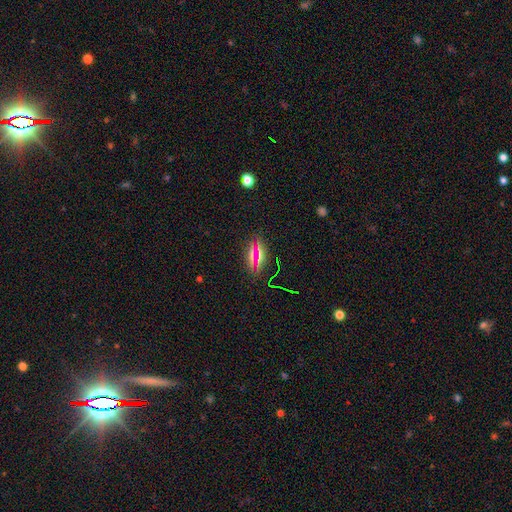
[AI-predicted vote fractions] Morphology: type=smooth (58%); roundness=in between (76%); merging=none (79%).